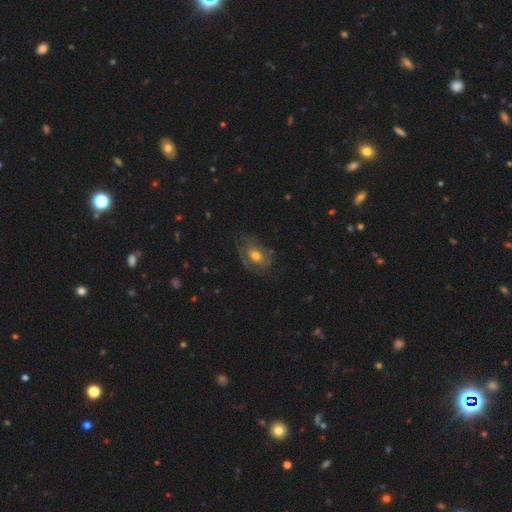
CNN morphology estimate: Smooth or featured? featured or disk (51%)
Edge-on disk? no (94%)
Merging? none (56%)